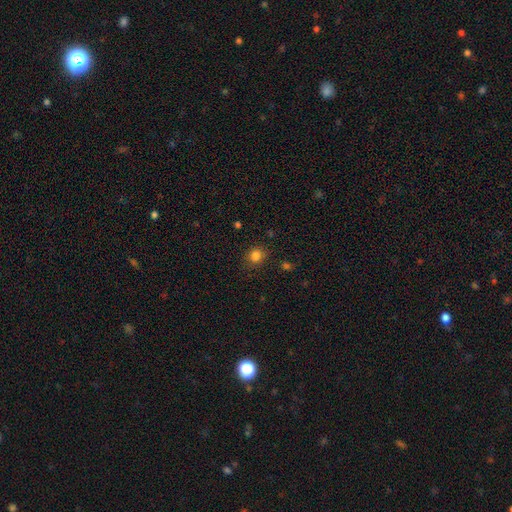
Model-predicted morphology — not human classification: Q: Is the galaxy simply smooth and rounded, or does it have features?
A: smooth — 82%.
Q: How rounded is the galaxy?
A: round — 75%.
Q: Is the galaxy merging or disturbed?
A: none — 82%.